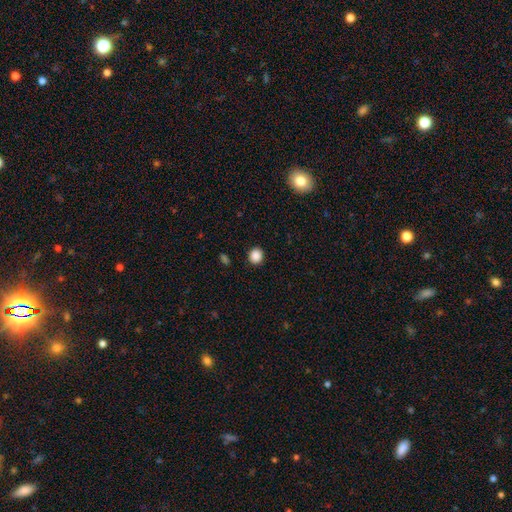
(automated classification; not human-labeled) Smooth or featured? smooth (88%)
How rounded? round (81%)
Merging? none (91%)